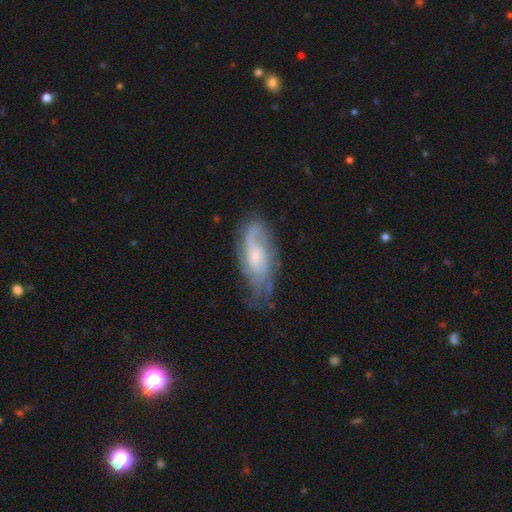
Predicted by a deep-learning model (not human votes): A featured or disk galaxy (75%) with no bar (63%), tight (42%) spiral arms (91%) and a small central bulge (53%). Merging: none (59%).